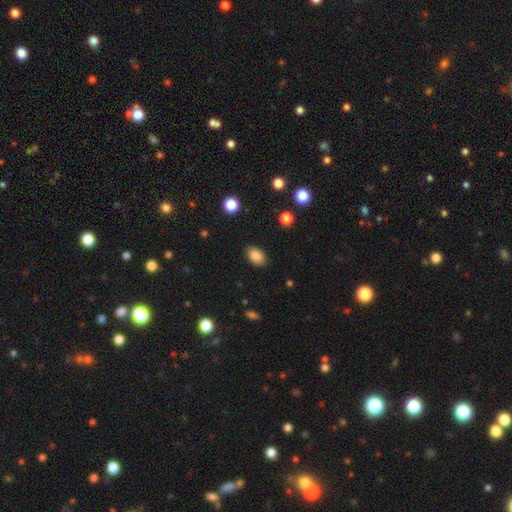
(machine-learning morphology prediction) Q: Smooth or featured?
A: smooth (86%); runner-up: star or artifact (9%)
Q: How rounded?
A: in between (85%); runner-up: round (13%)
Q: Merging?
A: none (86%); runner-up: minor disturbance (11%)